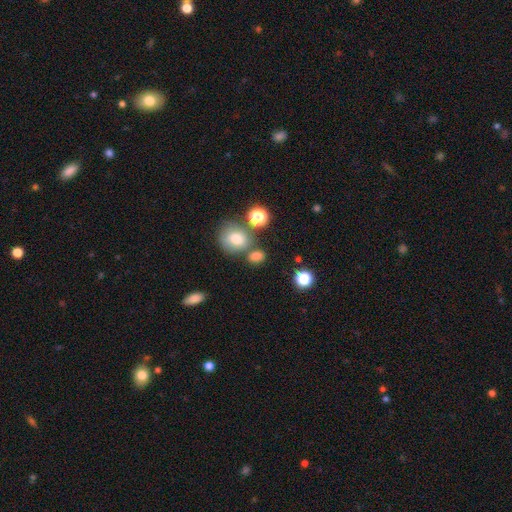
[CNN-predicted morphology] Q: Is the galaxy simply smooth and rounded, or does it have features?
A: smooth — 71%.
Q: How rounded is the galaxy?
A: round — 62%.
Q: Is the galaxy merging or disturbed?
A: none — 62%.